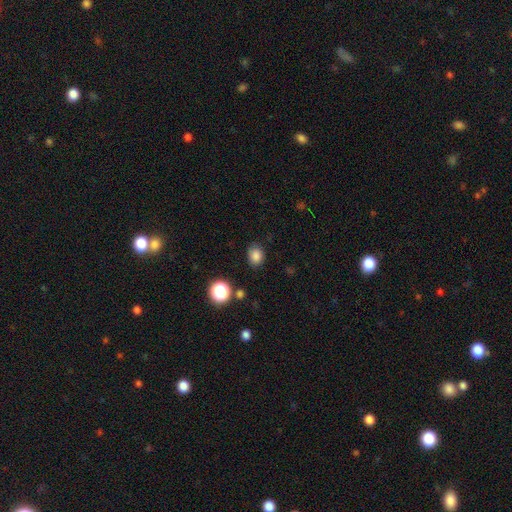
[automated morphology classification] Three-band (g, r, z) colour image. It shows a smooth galaxy with no disk features (83%) that is round (51%). Merging: none (83%).